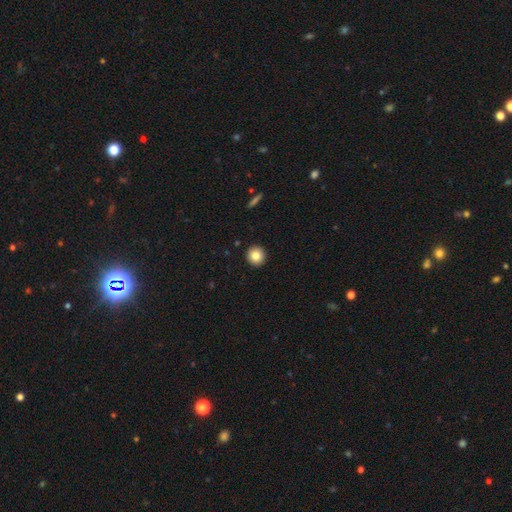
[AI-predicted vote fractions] The model was most divided on "smooth or featured": smooth: 83%, star or artifact: 9%, featured or disk: 8%. More confident: how rounded — round (93%); merging — none (93%).